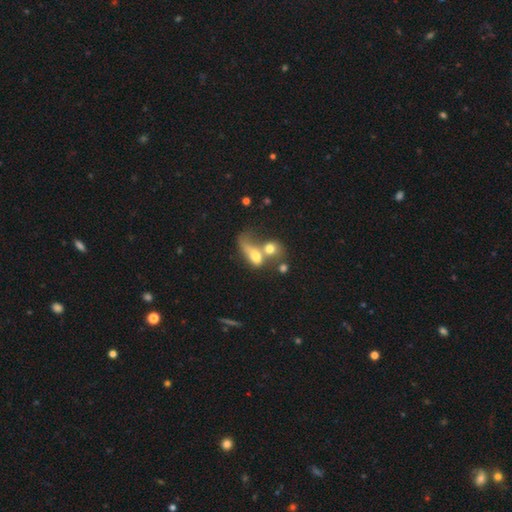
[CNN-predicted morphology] This appears to be a smooth galaxy with no disk features (62%) that is in between round and cigar-shaped (64%). Merging: merger (70%).